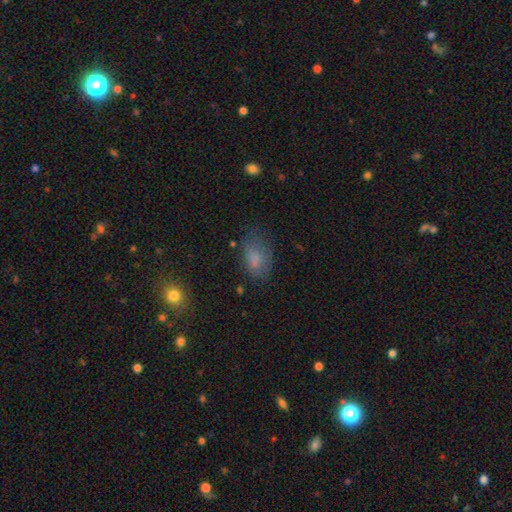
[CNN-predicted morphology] smooth_or_featured: smooth (p=0.75) [alt: star or artifact p=0.14]
how_rounded: in between (p=0.84) [alt: round p=0.14]
merging: none (p=0.63) [alt: minor disturbance p=0.24]